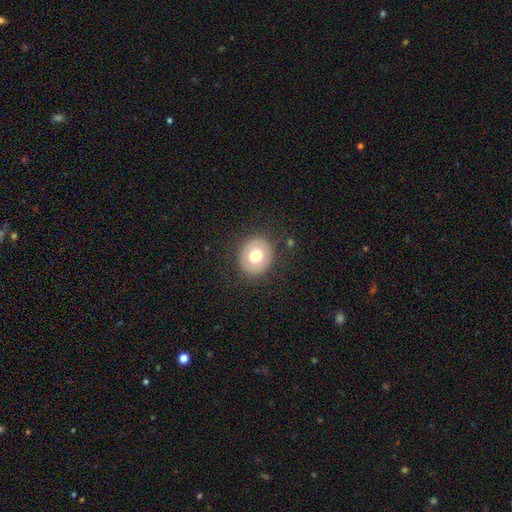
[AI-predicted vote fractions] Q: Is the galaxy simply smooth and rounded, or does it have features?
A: smooth — 68%.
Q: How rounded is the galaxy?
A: round — 76%.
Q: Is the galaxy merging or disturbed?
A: none — 86%.